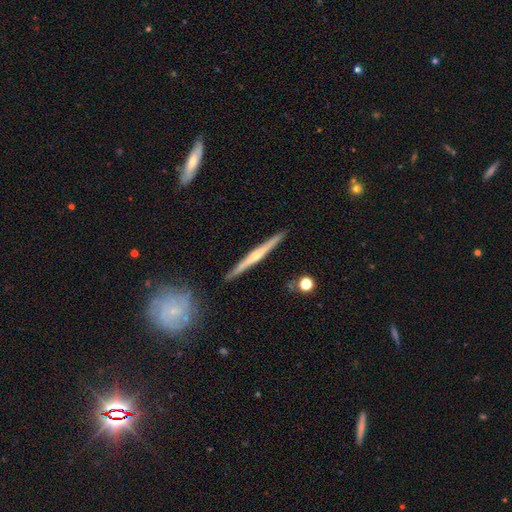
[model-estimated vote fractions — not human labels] The model was most divided on "smooth or featured": featured or disk: 74%, smooth: 20%, star or artifact: 6%. More confident: edge-on disk — yes (98%); merging — none (91%); edge-on bulge — rounded (74%).